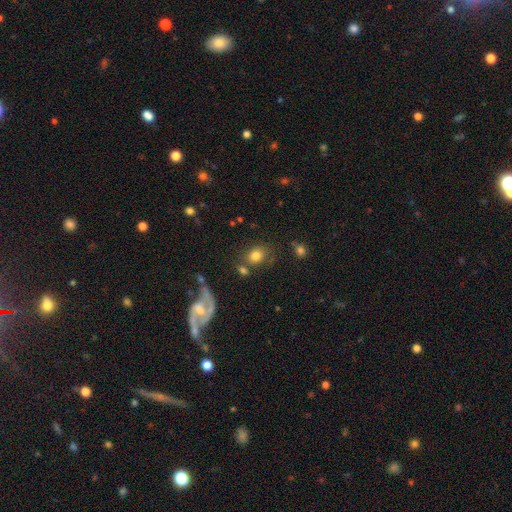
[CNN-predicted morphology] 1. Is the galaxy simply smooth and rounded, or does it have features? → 75% smooth, 14% featured or disk, 11% star or artifact.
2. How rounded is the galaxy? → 53% round, 46% in between, 1% cigar-shaped.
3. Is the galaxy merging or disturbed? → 65% none, 15% minor disturbance, 13% merger, 7% major disturbance.